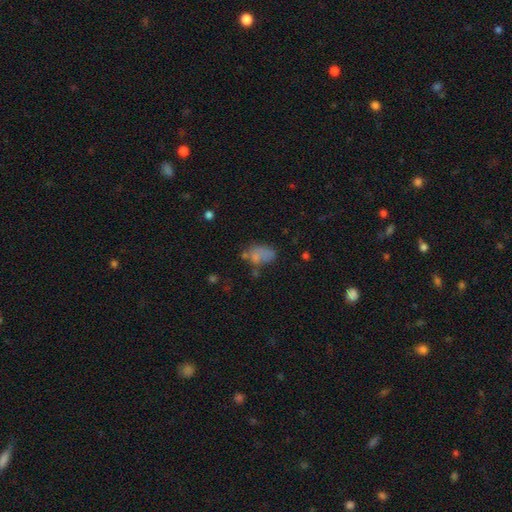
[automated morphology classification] The model was most divided on "merging": none: 47%, minor disturbance: 24%, major disturbance: 15%, merger: 13%. More confident: how rounded — in between (84%); smooth or featured — smooth (61%).